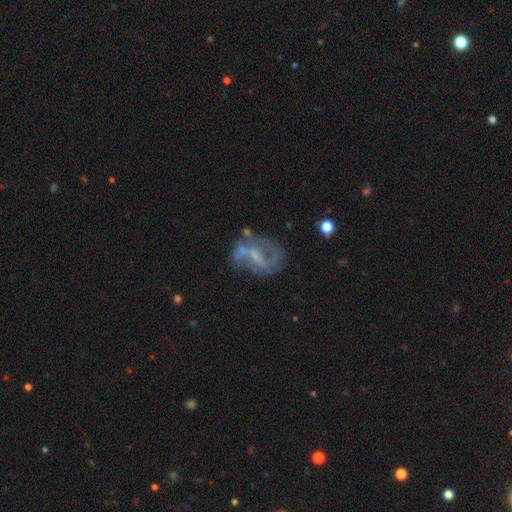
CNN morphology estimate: smooth-or-featured: featured or disk: 77% | smooth: 14% | star or artifact: 9%
  disk-edge-on: no: 97% | yes: 3%
    bar: weak: 47% | strong: 31% | no: 21%
    has-spiral-arms: yes: 78% | no: 22%
      spiral-winding: loose: 47% | medium: 39% | tight: 14%
      spiral-arm-count: 2: 74% | can't tell: 13% | 1: 6% | 3: 3% | 4: 2% | more than 4: 2%
    bulge-size: none: 42% | small: 35% | moderate: 20% | large: 2% | dominant: 1%
  merging: none: 54% | minor disturbance: 20% | major disturbance: 18% | merger: 8%